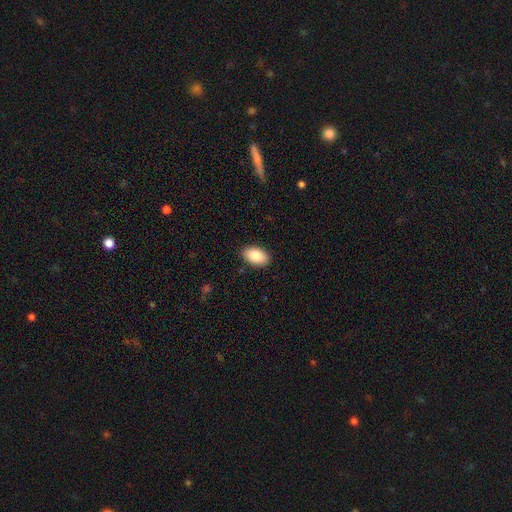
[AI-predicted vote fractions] A smooth galaxy with no disk features (86%) that is in between round and cigar-shaped (93%).

Vote fractions:
- Smooth or featured? smooth: 86% / featured or disk: 8% / star or artifact: 7%
- How rounded? in between: 93% / round: 6% / cigar-shaped: 1%
- Merging? none: 89% / minor disturbance: 8% / major disturbance: 2% / merger: 1%